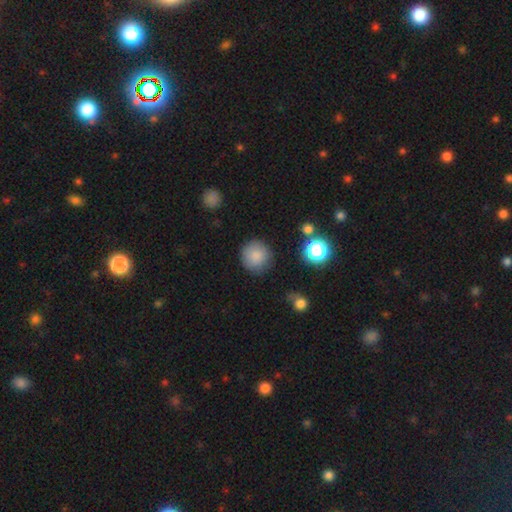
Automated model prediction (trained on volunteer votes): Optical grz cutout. It shows a smooth galaxy with no disk features (85%) that is round (94%). Merging: none (85%).